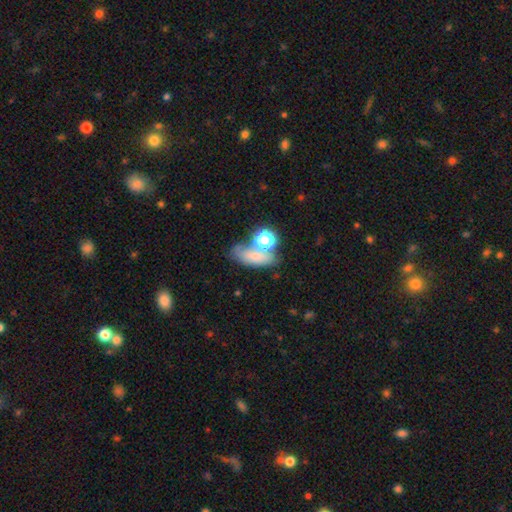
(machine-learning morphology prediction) type=smooth (67%); roundness=in between (64%); merging=none (45%).